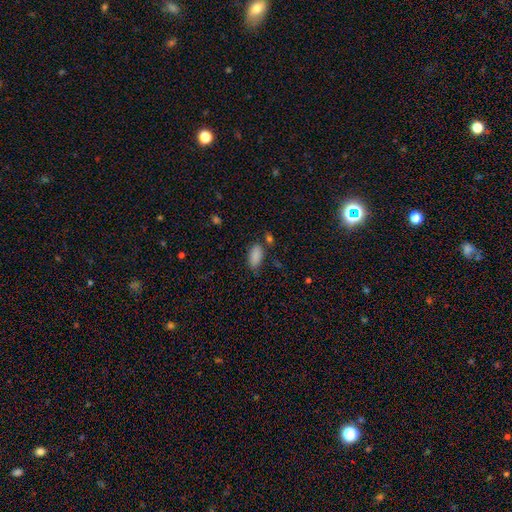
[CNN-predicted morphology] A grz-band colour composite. It shows a smooth galaxy with no disk features (88%) that is in between round and cigar-shaped (91%). Merging: none (70%).